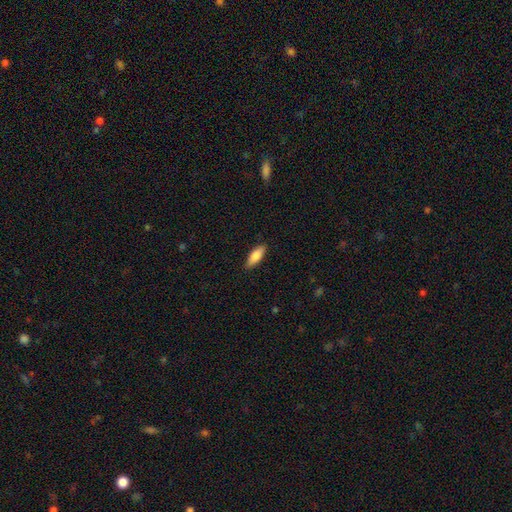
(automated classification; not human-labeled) The model was most divided on "how rounded": in between: 64%, cigar-shaped: 34%, round: 2%. More confident: merging — none (87%); smooth or featured — smooth (82%).